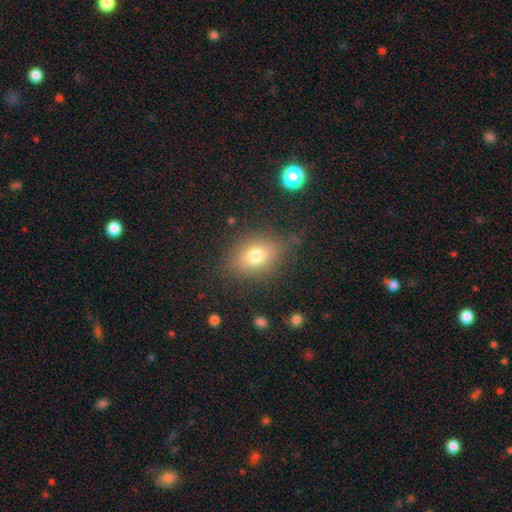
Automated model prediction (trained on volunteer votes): Smooth or featured?
  - smooth: 73% *
  - featured or disk: 15%
  - star or artifact: 12%
How rounded?
  - in between: 73% *
  - round: 24%
  - cigar-shaped: 3%
Merging?
  - none: 79% *
  - minor disturbance: 14%
  - major disturbance: 5%
  - merger: 2%